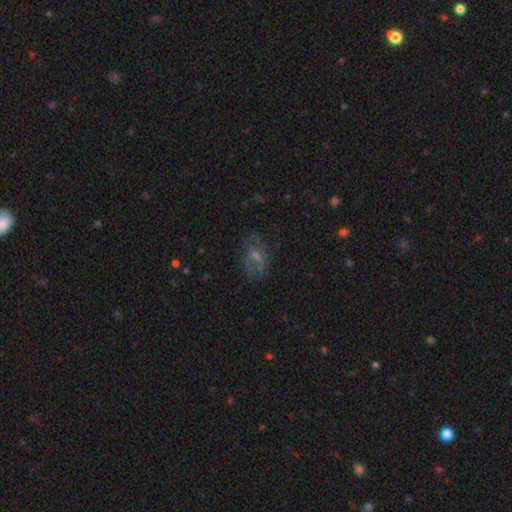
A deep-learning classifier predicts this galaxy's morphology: Smooth or featured: featured or disk — 49% (smooth — 31%)
Merging: none — 65% (minor disturbance — 19%)